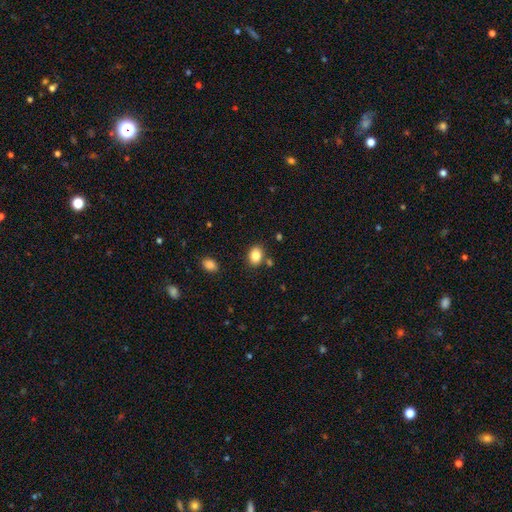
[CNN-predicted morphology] type=smooth (85%); roundness=in between (68%); merging=none (82%).